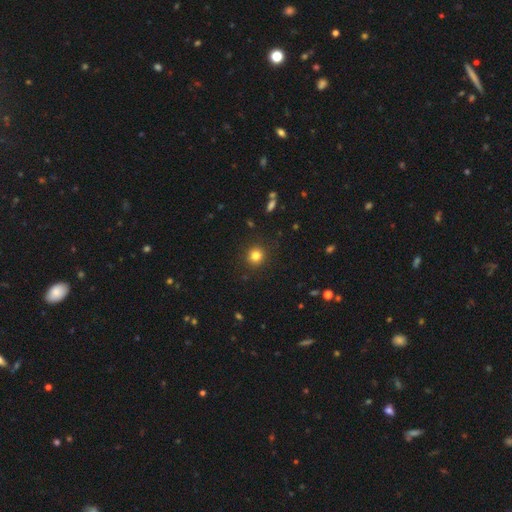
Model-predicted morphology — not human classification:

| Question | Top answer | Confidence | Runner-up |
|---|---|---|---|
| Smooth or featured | smooth | 82% | star or artifact (13%) |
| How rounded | round | 92% | in between (7%) |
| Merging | none | 90% | minor disturbance (6%) |